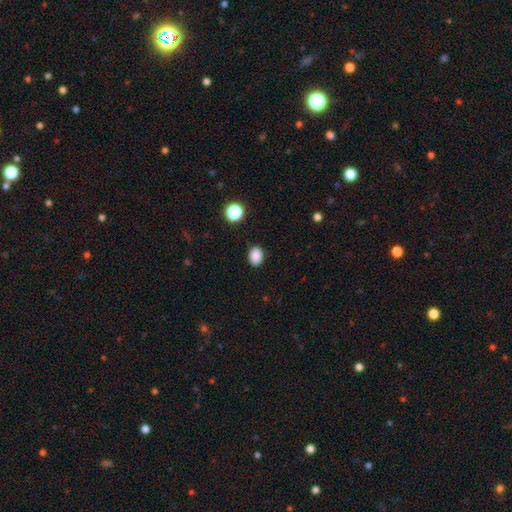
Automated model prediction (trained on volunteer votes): Smooth or featured: smooth — 87% (star or artifact — 10%)
How rounded: in between — 62% (round — 37%)
Merging: none — 86% (minor disturbance — 10%)